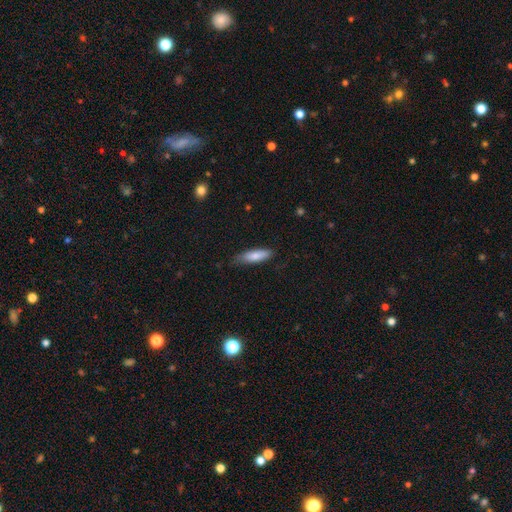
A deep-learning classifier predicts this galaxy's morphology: type=smooth (80%); roundness=cigar-shaped (58%); merging=none (73%).